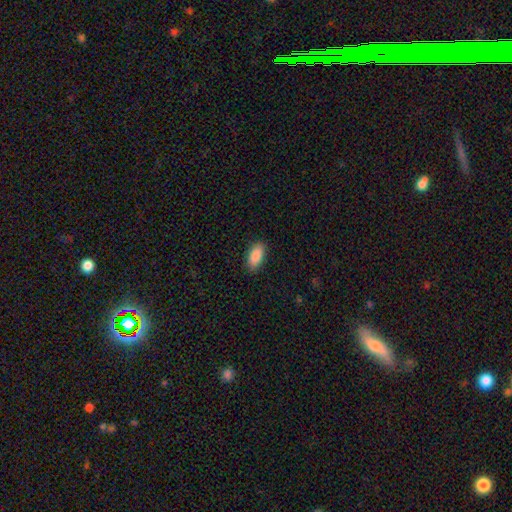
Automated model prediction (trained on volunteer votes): smooth 88%, star or artifact 7%, featured or disk 6%. Down the decision tree: how rounded — in between (91%); merging — none (89%).